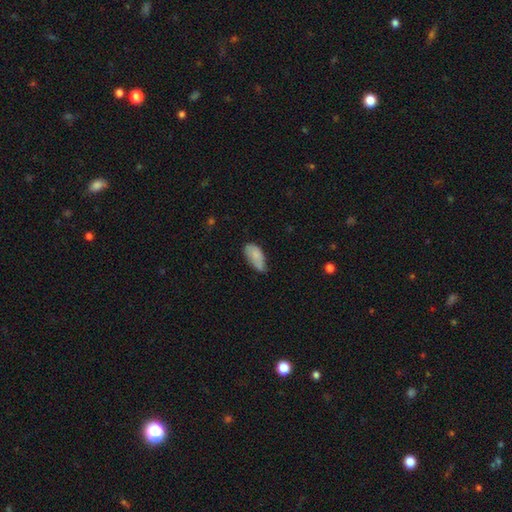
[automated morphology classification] Q: Smooth or featured?
A: smooth (80%); runner-up: featured or disk (12%)
Q: How rounded?
A: in between (92%); runner-up: cigar-shaped (5%)
Q: Merging?
A: minor disturbance (45%); runner-up: none (39%)